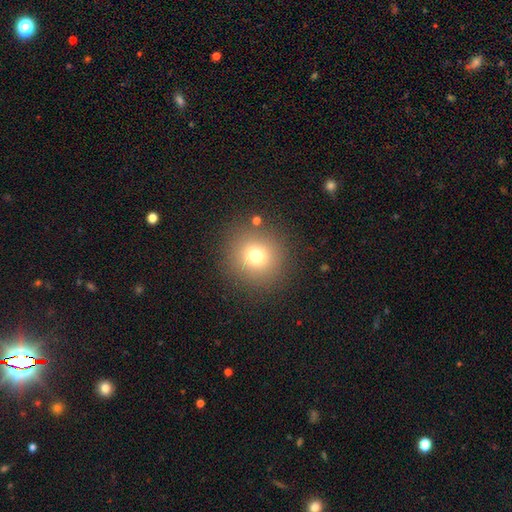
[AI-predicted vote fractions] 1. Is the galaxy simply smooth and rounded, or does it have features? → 73% smooth, 17% star or artifact, 10% featured or disk.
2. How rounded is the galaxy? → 94% round, 6% in between, 1% cigar-shaped.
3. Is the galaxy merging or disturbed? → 87% none, 7% minor disturbance, 4% major disturbance, 2% merger.